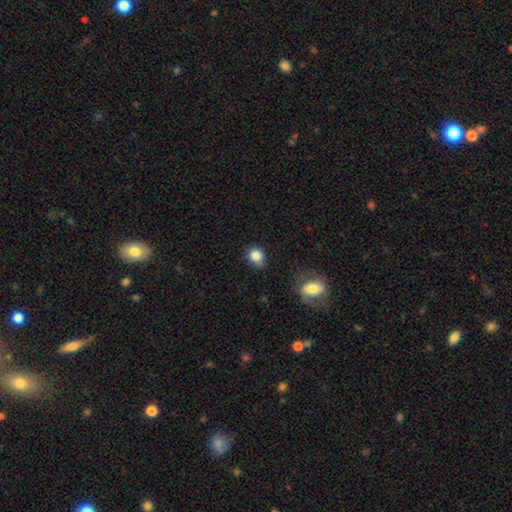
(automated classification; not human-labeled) Smooth or featured? smooth (86%)
How rounded? round (75%)
Merging? none (65%)